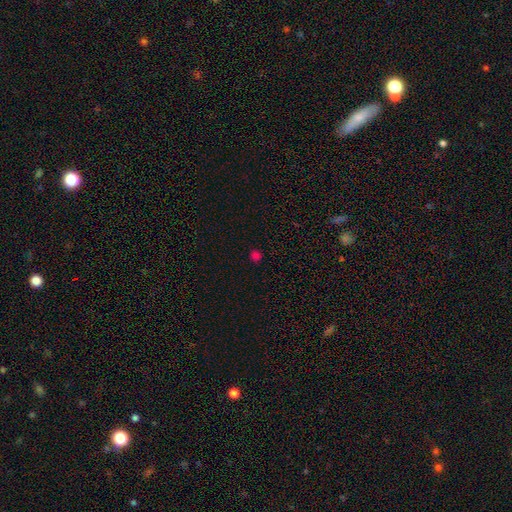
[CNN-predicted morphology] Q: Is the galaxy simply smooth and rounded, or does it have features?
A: smooth — 72%.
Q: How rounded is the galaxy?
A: round — 89%.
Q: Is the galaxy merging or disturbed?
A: none — 89%.